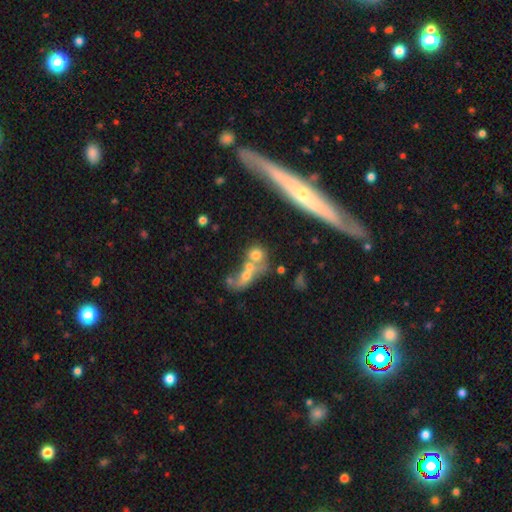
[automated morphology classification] Smooth or featured? Predicted: smooth (p=0.62). How rounded? Predicted: round (p=0.59). Merging? Predicted: merger (p=0.54).